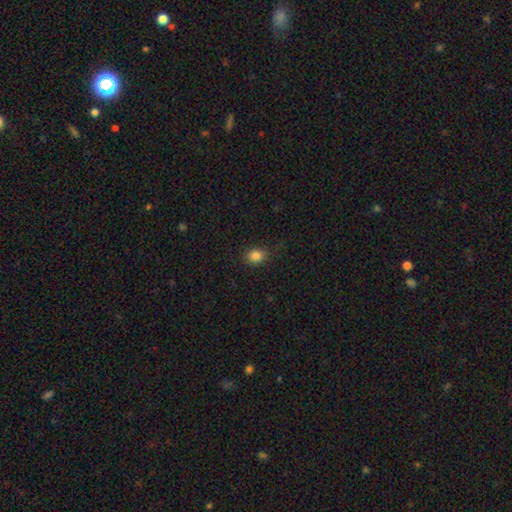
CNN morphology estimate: The model was most divided on "how rounded": round: 61%, in between: 38%, cigar-shaped: 1%. More confident: smooth or featured — smooth (84%); merging — none (82%).